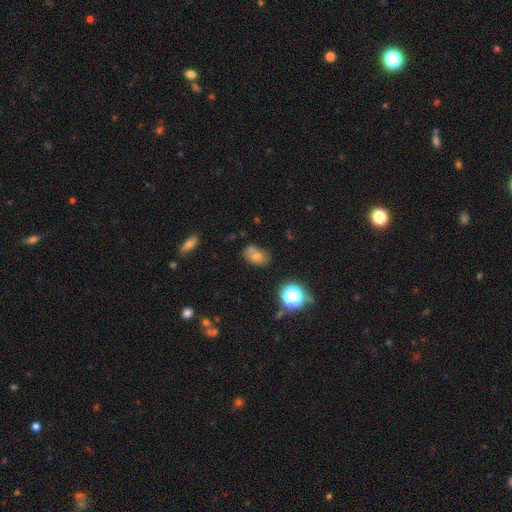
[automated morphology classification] This appears to be a smooth galaxy with no disk features (67%) that is in between round and cigar-shaped (78%). Merging: none (51%).